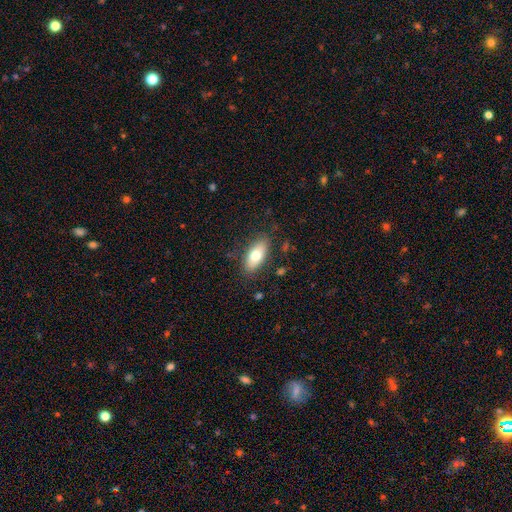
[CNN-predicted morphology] This appears to be a smooth galaxy with no disk features (73%) that is in between round and cigar-shaped (86%). Merging: none (84%).